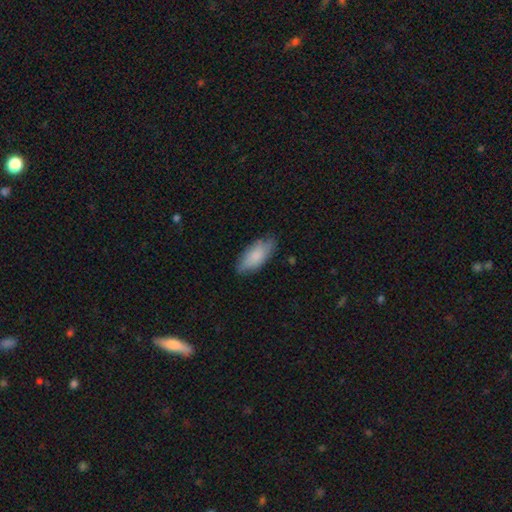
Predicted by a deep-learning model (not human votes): A smooth galaxy with no disk features (82%) that is in between round and cigar-shaped (83%). Merging: none (76%).